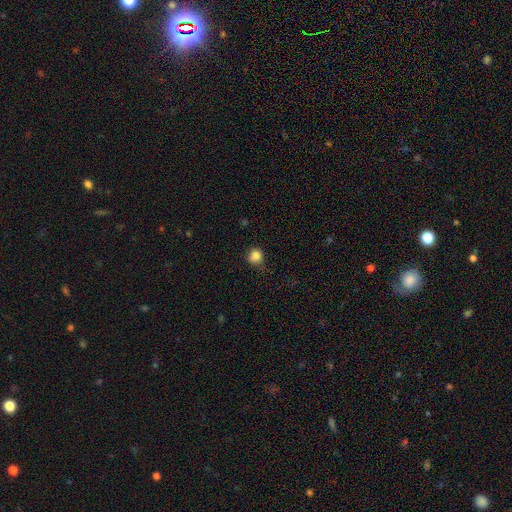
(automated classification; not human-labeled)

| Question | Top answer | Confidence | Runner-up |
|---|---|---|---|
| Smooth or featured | smooth | 84% | star or artifact (11%) |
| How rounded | round | 85% | in between (14%) |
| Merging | none | 73% | minor disturbance (21%) |